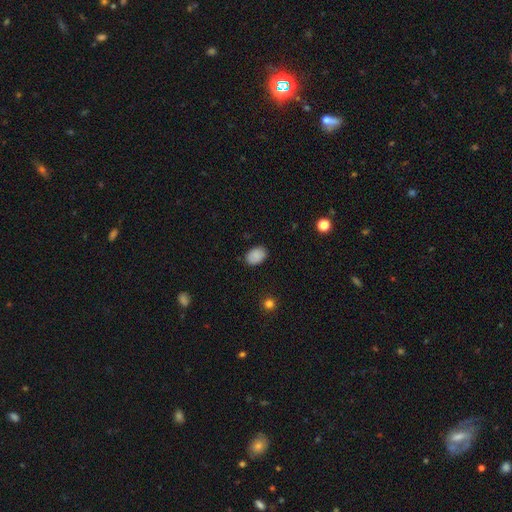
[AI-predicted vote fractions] smooth-or-featured: smooth: 87% | star or artifact: 8% | featured or disk: 5%
  how-rounded: in between: 82% | round: 17% | cigar-shaped: 1%
  merging: none: 86% | minor disturbance: 10% | major disturbance: 2% | merger: 1%